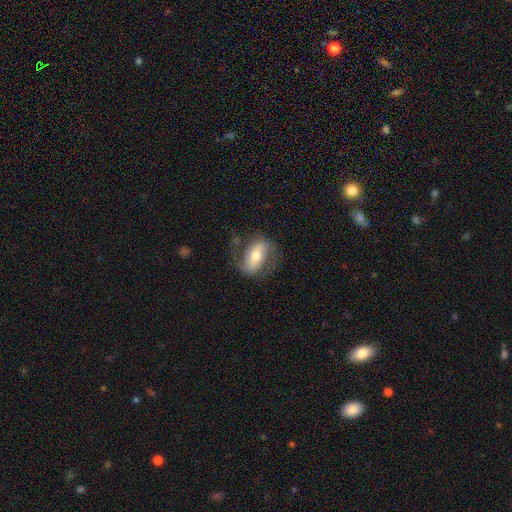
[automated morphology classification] The model was most divided on "bar": strong: 44%, weak: 30%, no: 26%. More confident: edge-on disk — no (91%); spiral arms — yes (76%); merging — none (68%); bulge size — moderate (67%); smooth or featured — featured or disk (60%).